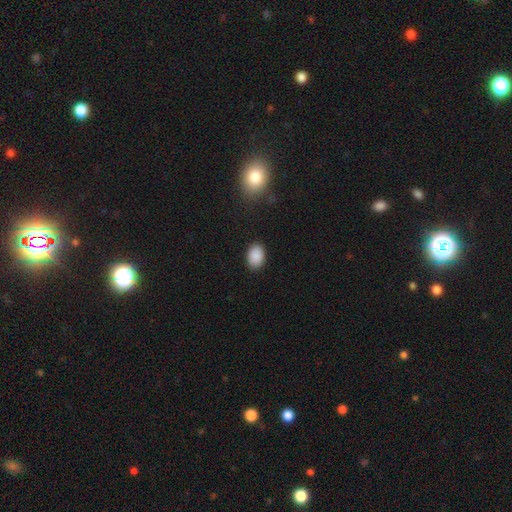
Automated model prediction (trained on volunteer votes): smooth-or-featured: smooth: 89% | star or artifact: 8% | featured or disk: 3%
  how-rounded: in between: 84% | round: 15% | cigar-shaped: 1%
  merging: none: 88% | minor disturbance: 9% | major disturbance: 2% | merger: 1%